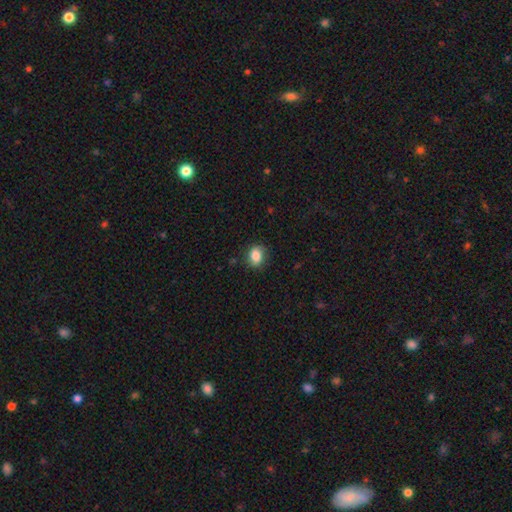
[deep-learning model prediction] Overall: smooth (84%). How rounded: in between (57%; round 42%). Merging: none (81%).